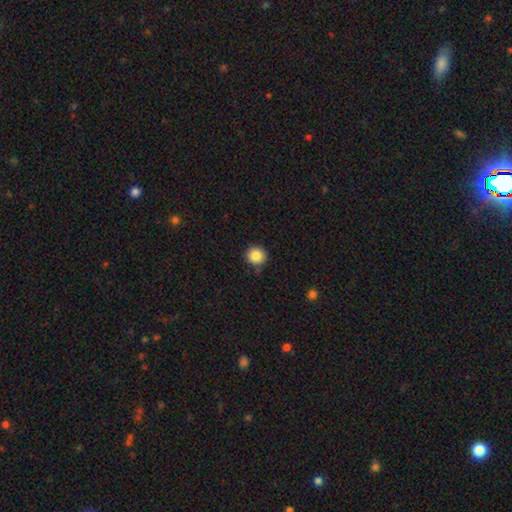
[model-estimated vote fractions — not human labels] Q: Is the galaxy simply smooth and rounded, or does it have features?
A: smooth — 85%.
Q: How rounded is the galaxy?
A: round — 93%.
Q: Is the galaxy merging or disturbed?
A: none — 84%.